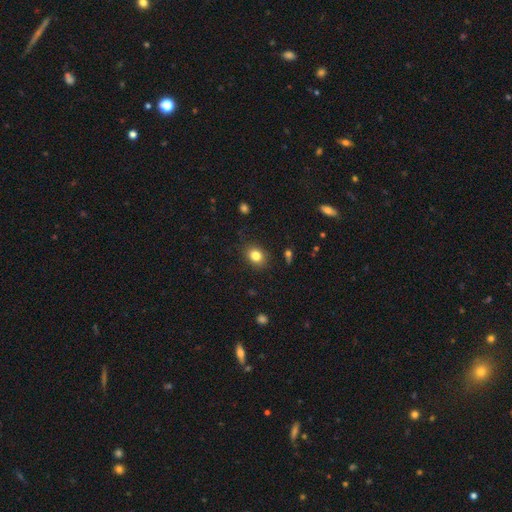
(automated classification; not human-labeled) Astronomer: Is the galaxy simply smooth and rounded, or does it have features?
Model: smooth — 82%.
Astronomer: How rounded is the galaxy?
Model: in between — 52% (runner-up: round, 47%).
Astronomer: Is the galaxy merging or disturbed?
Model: none — 85%.